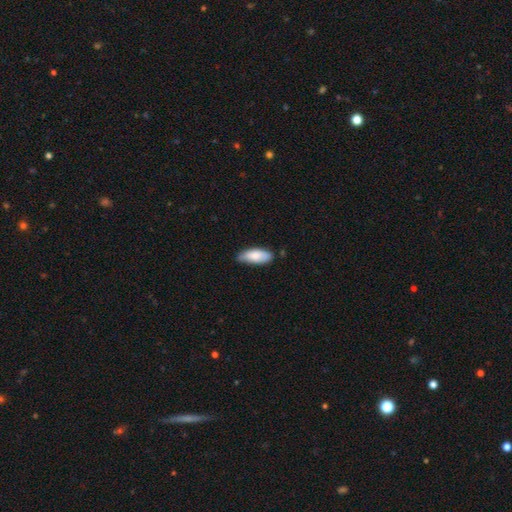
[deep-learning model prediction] This is clearly a smooth galaxy (82%). How rounded: likely in between (78%). Merging: likely none (68%).